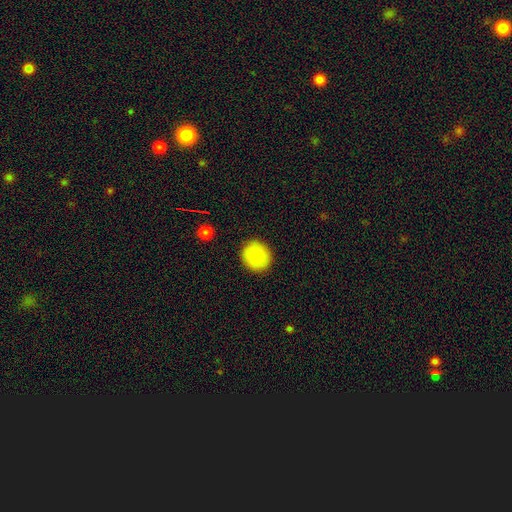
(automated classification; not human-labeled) smooth 86%, star or artifact 7%, featured or disk 7%. Down the decision tree: how rounded — round (87%); merging — none (89%).